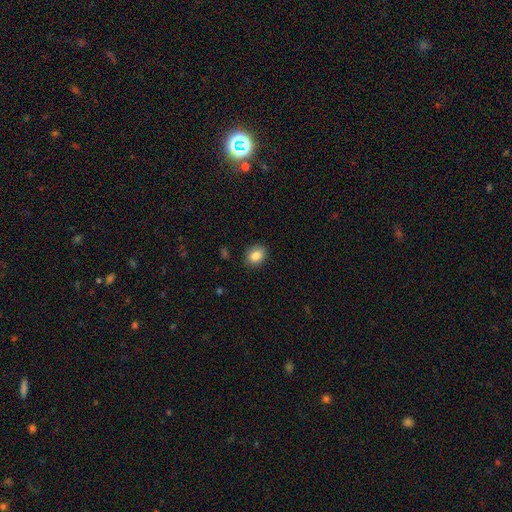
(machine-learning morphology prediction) smooth_or_featured: smooth (p=0.86) [alt: star or artifact p=0.09]
how_rounded: in between (p=0.52) [alt: round p=0.47]
merging: none (p=0.88) [alt: minor disturbance p=0.09]